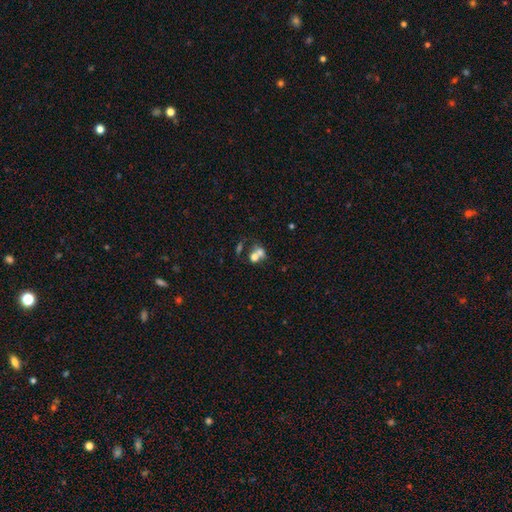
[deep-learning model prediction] Morphology: type=smooth (63%); roundness=round (58%); merging=merger (63%).